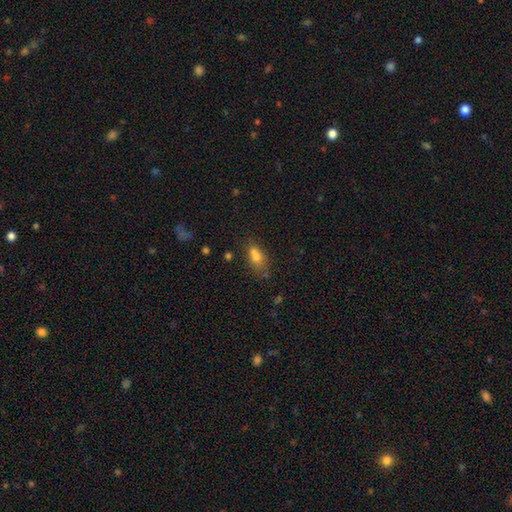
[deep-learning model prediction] The model was most divided on "merging": none: 47%, merger: 22%, minor disturbance: 21%, major disturbance: 9%. More confident: how rounded — in between (79%); smooth or featured — smooth (73%).